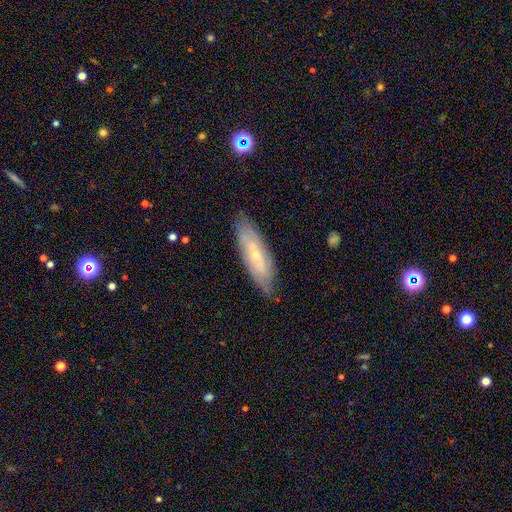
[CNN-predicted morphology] featured or disk 58%, smooth 36%, star or artifact 7%. Down the decision tree: edge-on disk — no (69%); merging — none (80%).